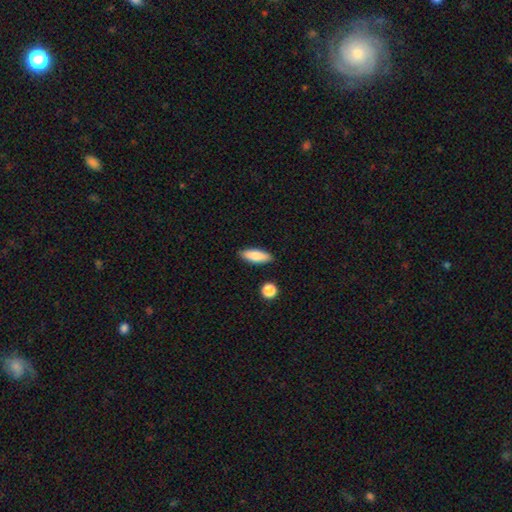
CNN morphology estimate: This appears to be a smooth galaxy with no disk features (81%) that is in between round and cigar-shaped (65%). Merging: none (87%).